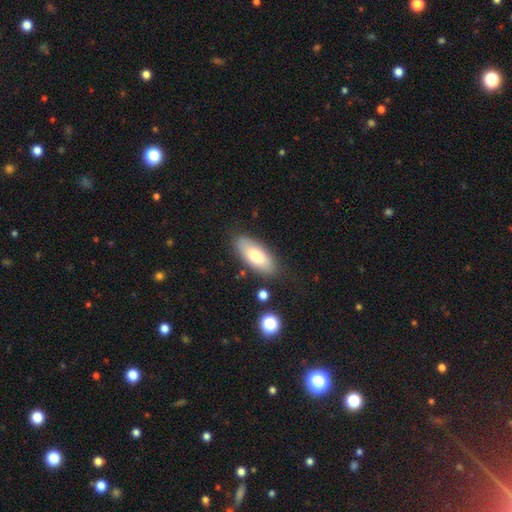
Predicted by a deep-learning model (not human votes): Morphology: type=smooth (76%); roundness=in between (83%); merging=none (82%).